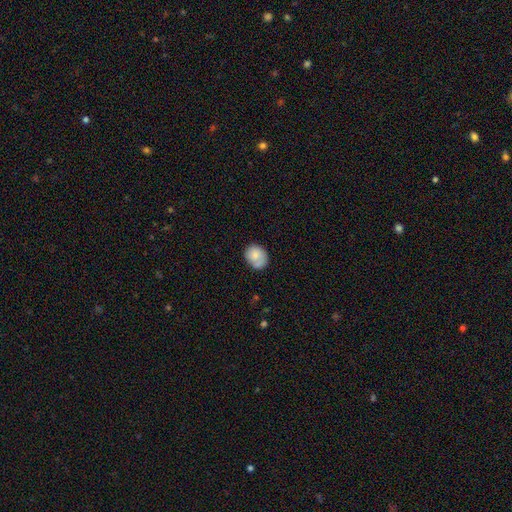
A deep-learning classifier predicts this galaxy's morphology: This is likely a smooth galaxy (78%). How rounded: possibly round (54%). Merging: likely none (60%).